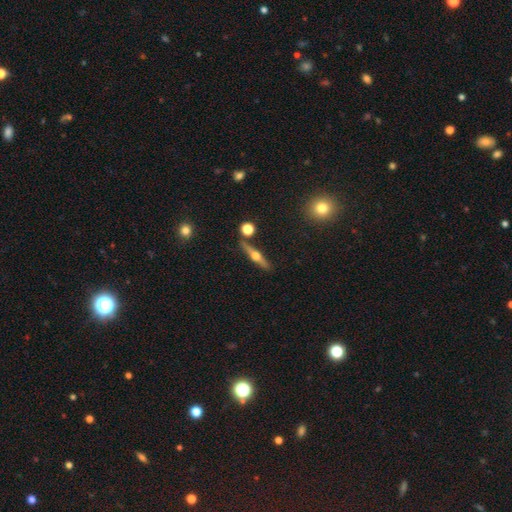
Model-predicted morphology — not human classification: This appears to be a featured or disk galaxy (69%) viewed edge-on (96%) with a rounded central bulge (95%). Merging: none (83%).